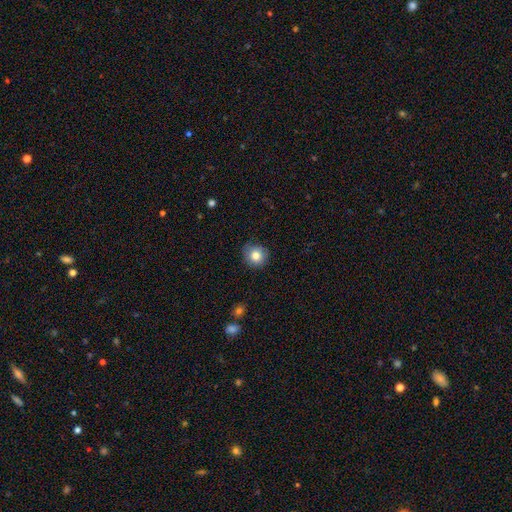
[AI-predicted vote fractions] smooth 81%, star or artifact 10%, featured or disk 9%. Down the decision tree: how rounded — round (91%); merging — none (83%).